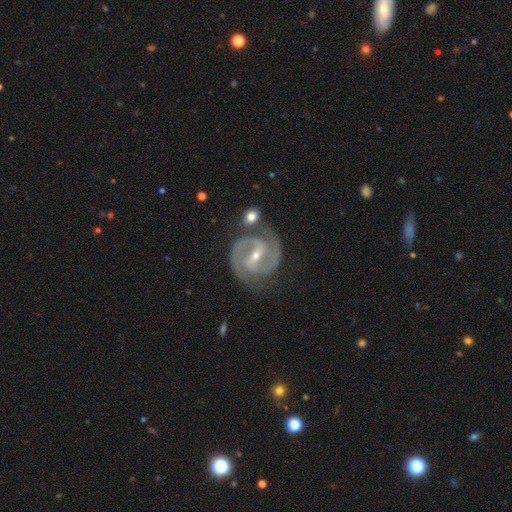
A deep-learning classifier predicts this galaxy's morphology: featured or disk 93%, star or artifact 4%, smooth 3%. Down the decision tree: edge-on disk — no (98%); bar — strong (51%); spiral arms — yes (98%); spiral arm count — 2 (89%); spiral winding — tight (49%); bulge size — small (64%); merging — none (76%).